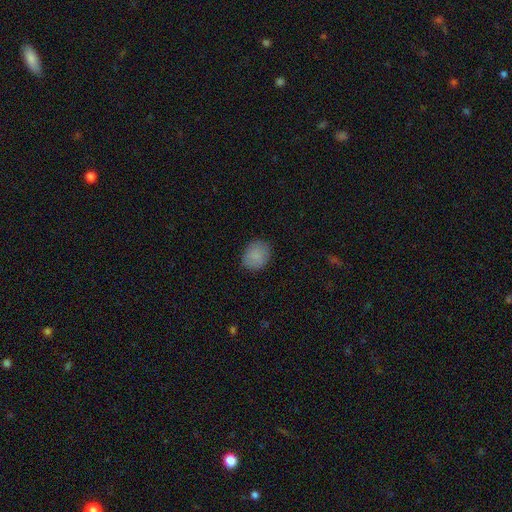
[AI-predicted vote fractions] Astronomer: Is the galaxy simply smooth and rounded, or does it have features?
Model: smooth — 87%.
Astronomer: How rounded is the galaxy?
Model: round — 57% (runner-up: in between, 42%).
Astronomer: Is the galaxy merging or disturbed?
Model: none — 84%.